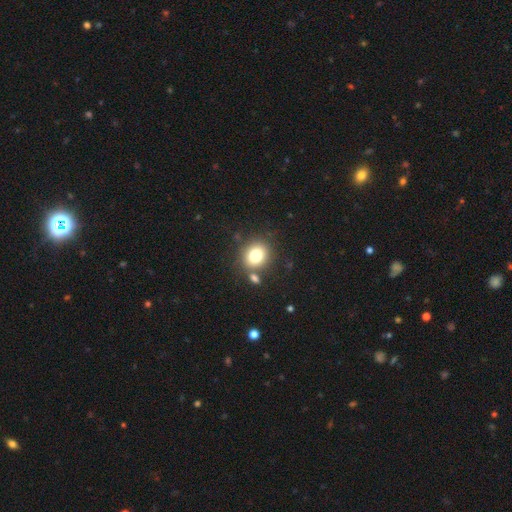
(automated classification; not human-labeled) Morphology: type=smooth (79%); roundness=round (66%); merging=none (74%).